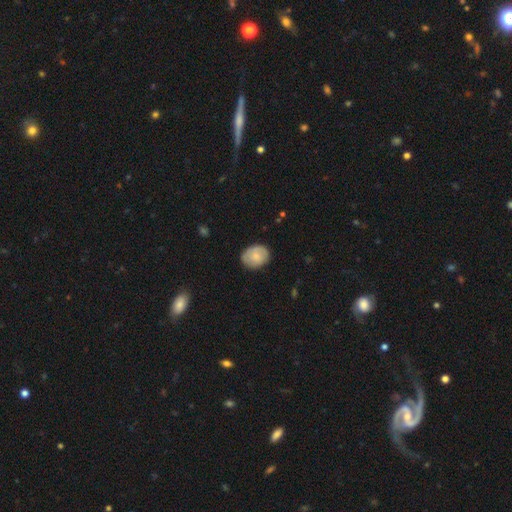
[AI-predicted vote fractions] Smooth or featured? Predicted: smooth (p=0.71). How rounded? Predicted: in between (p=0.59). Merging? Predicted: none (p=0.79).